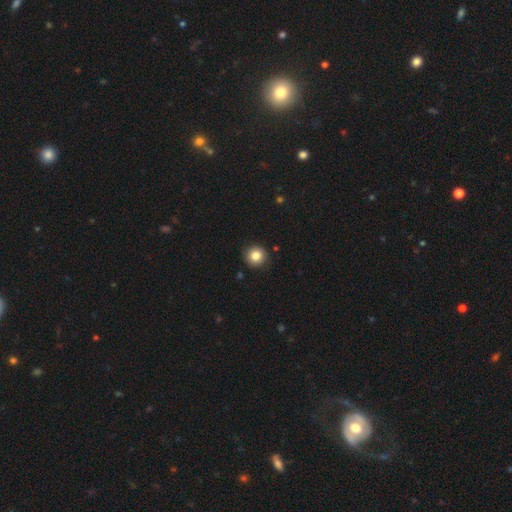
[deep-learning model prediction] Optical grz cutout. It shows a smooth galaxy with no disk features (84%) that is round (94%). Merging: none (91%).